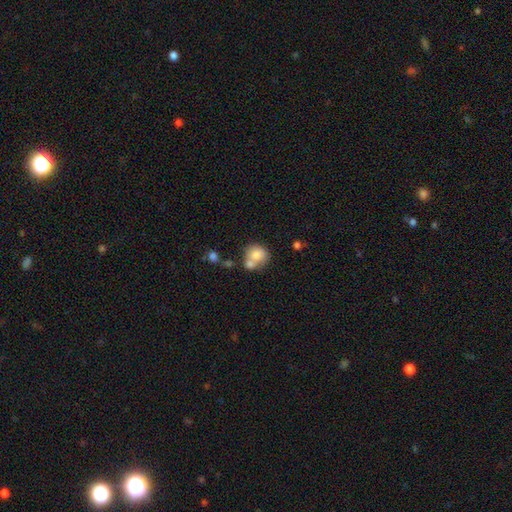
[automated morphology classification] Overall: smooth (78%). How rounded: round (75%). Merging: merger (43%; none 40%).